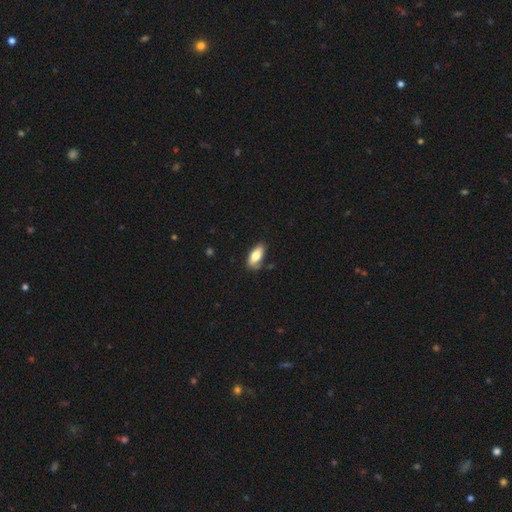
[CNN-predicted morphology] This is likely a smooth galaxy (76%). How rounded: clearly in between (83%). Merging: likely none (74%).